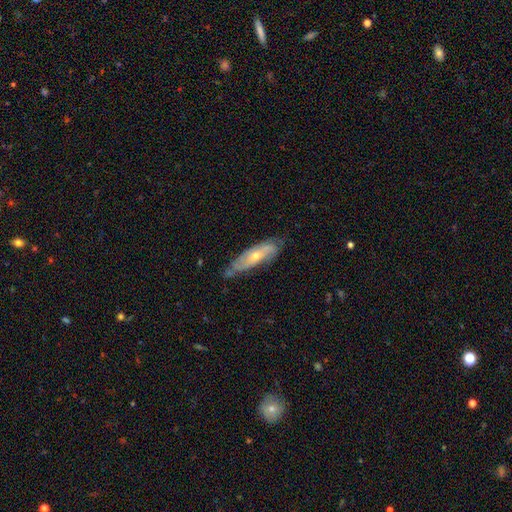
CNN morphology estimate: A featured or disk galaxy (62%). Merging: none (64%).